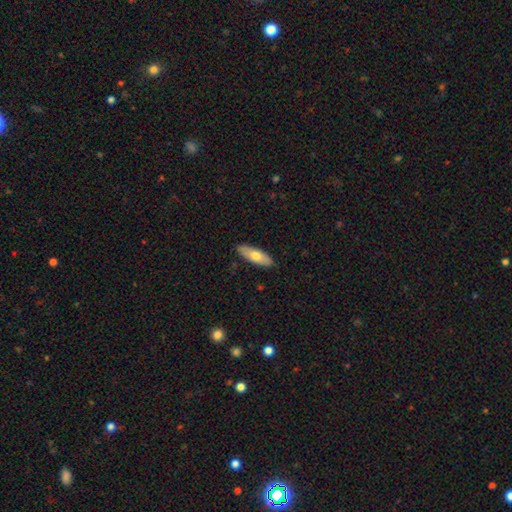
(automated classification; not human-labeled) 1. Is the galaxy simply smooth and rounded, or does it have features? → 66% smooth, 29% featured or disk, 5% star or artifact.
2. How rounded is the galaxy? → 64% in between, 34% cigar-shaped, 2% round.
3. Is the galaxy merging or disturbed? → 88% none, 9% minor disturbance, 2% major disturbance, 1% merger.